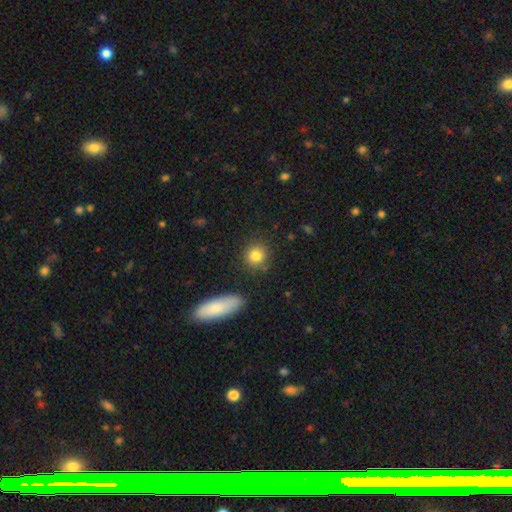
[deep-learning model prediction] smooth 84%, star or artifact 9%, featured or disk 7%. Down the decision tree: how rounded — round (87%); merging — none (85%).